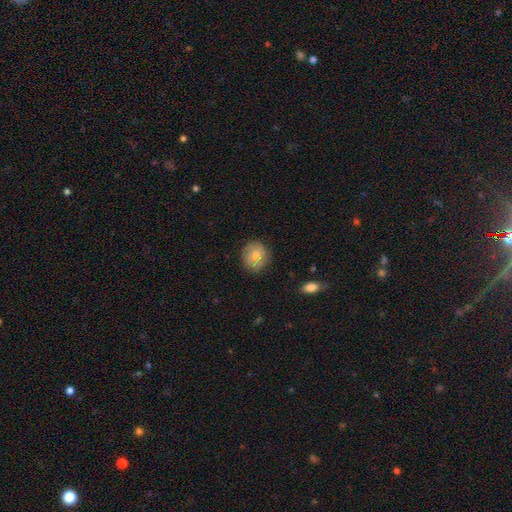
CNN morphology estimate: This appears to be a smooth galaxy with no disk features (67%) that is round (79%). Merging: none (82%).